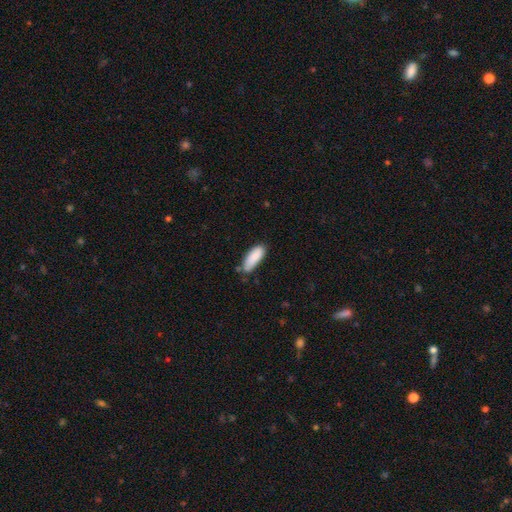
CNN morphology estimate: smooth_or_featured: smooth (p=0.88) [alt: star or artifact p=0.06]
how_rounded: in between (p=0.70) [alt: cigar-shaped p=0.29]
merging: none (p=0.65) [alt: minor disturbance p=0.27]